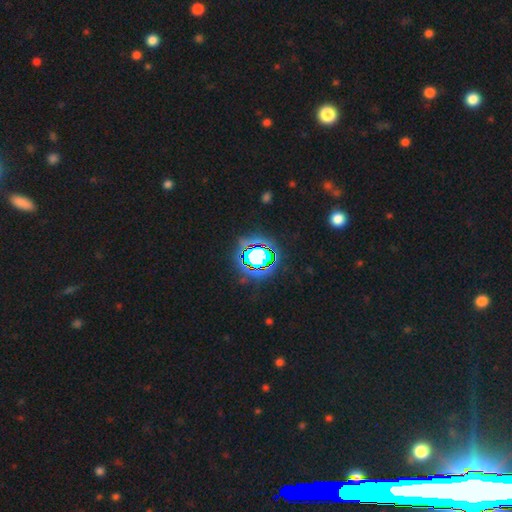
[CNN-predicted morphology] Smooth or featured? Predicted: star or artifact (p=0.79).